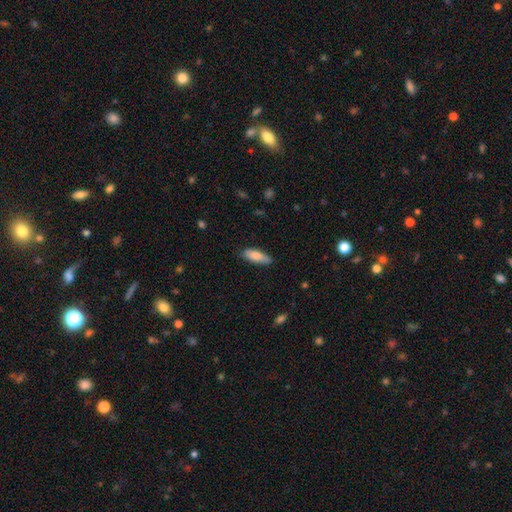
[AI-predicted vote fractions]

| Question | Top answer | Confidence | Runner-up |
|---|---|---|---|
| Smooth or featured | smooth | 82% | featured or disk (13%) |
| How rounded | in between | 63% | cigar-shaped (35%) |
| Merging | none | 78% | minor disturbance (18%) |